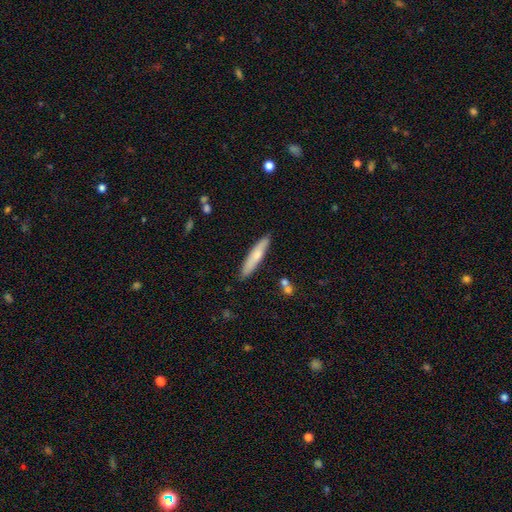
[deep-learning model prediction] The model was most divided on "smooth or featured": smooth: 66%, featured or disk: 29%, star or artifact: 6%. More confident: how rounded — cigar-shaped (87%); merging — none (86%).